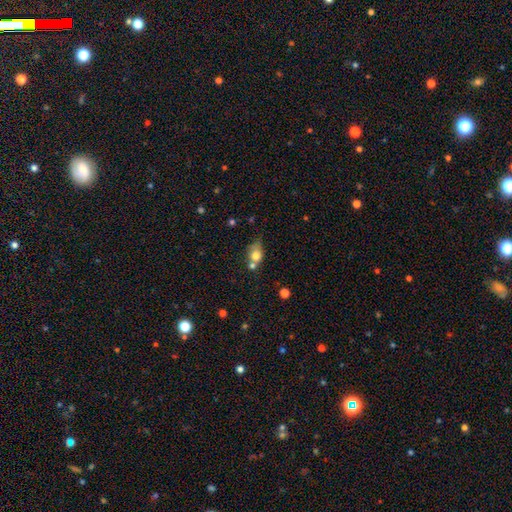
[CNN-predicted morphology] A smooth galaxy with no disk features (73%) that is in between round and cigar-shaped (60%). Merging: none (37%).